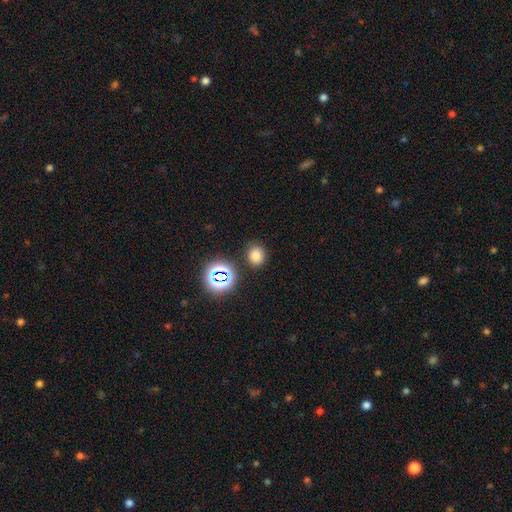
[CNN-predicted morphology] type=smooth (75%); roundness=round (70%); merging=none (82%).